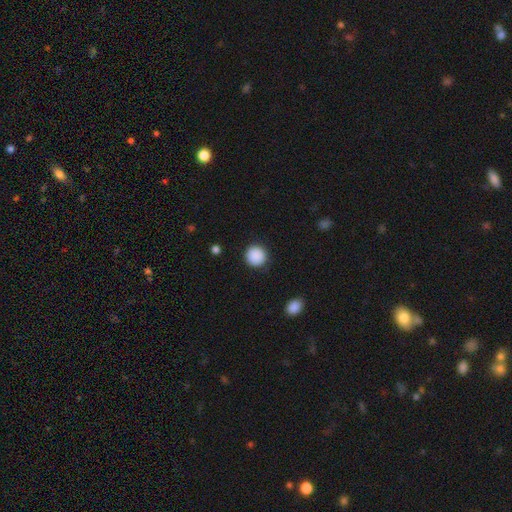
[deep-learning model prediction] Q: Smooth or featured?
A: smooth (90%); runner-up: star or artifact (8%)
Q: How rounded?
A: round (94%); runner-up: in between (5%)
Q: Merging?
A: none (91%); runner-up: minor disturbance (6%)